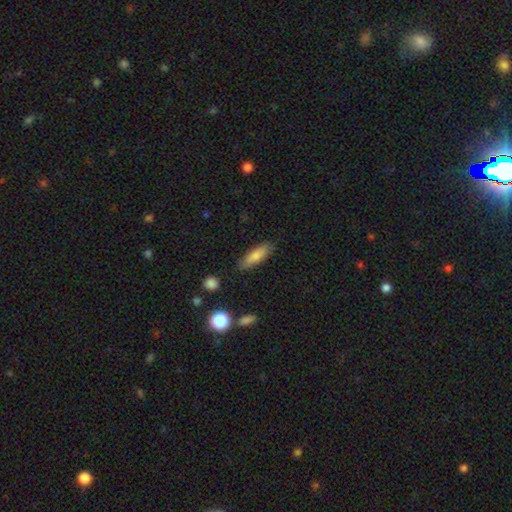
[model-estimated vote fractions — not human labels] Smooth or featured? smooth (75%)
How rounded? cigar-shaped (56%)
Merging? none (85%)